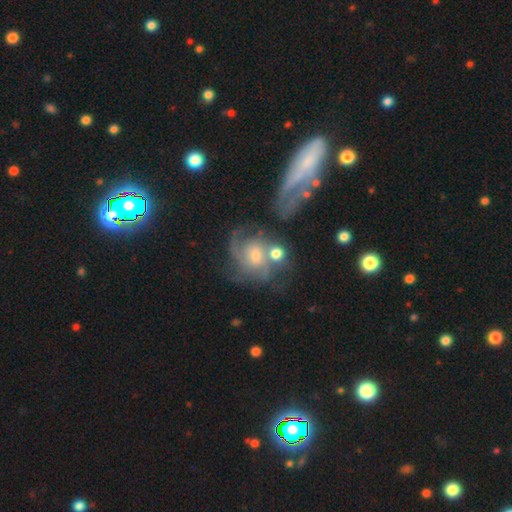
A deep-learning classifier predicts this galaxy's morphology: Smooth or featured: featured or disk — 75% (smooth — 15%)
Edge-on disk: no — 97% (yes — 3%)
Bar: no — 64% (weak — 30%)
Spiral arms: yes — 90% (no — 10%)
Spiral winding: medium — 43% (tight — 42%)
Spiral arm count: can't tell — 30% (3 — 27%)
Bulge size: moderate — 47% (small — 41%)
Merging: none — 44% (merger — 26%)